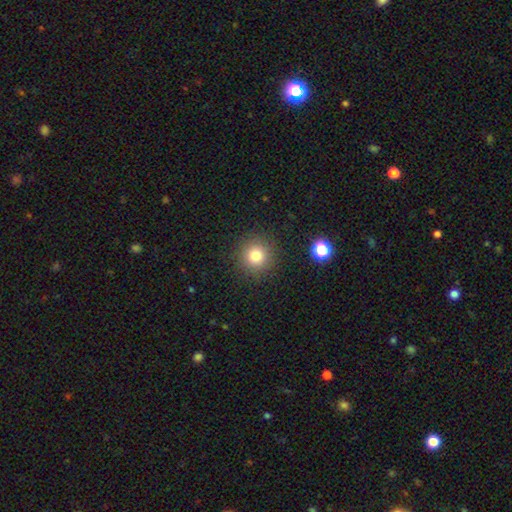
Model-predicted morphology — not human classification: Smooth or featured? smooth (80%)
How rounded? round (93%)
Merging? none (89%)